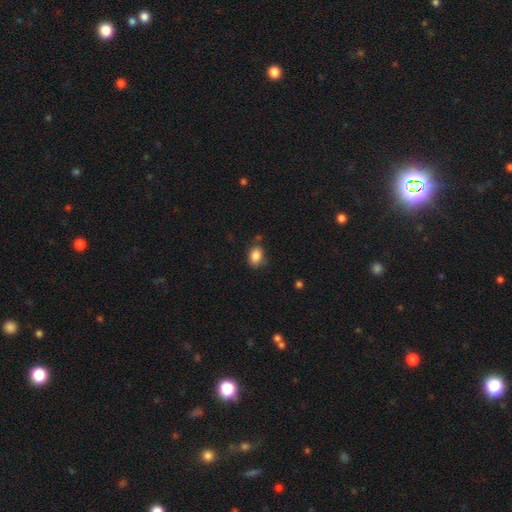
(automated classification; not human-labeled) smooth 87%, star or artifact 9%, featured or disk 5%. Down the decision tree: how rounded — in between (73%); merging — none (76%).